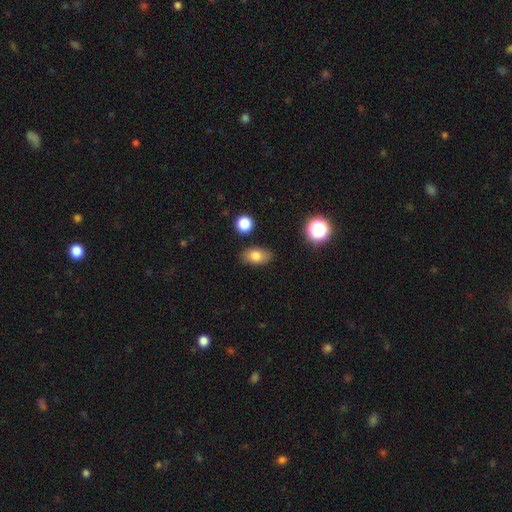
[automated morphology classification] smooth_or_featured: smooth (p=0.79) [alt: featured or disk p=0.11]
how_rounded: in between (p=0.85) [alt: round p=0.12]
merging: none (p=0.82) [alt: minor disturbance p=0.12]